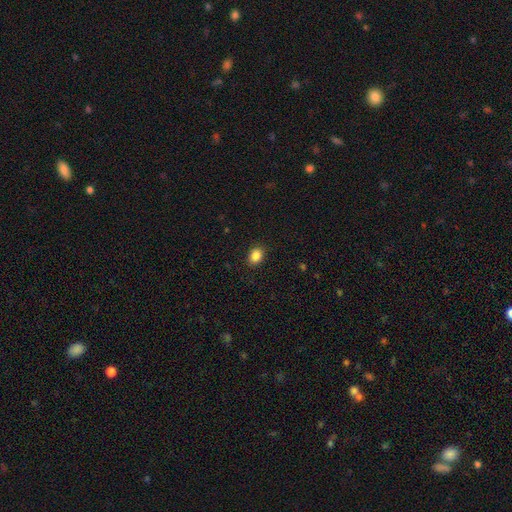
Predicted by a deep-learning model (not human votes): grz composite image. It shows a smooth galaxy with no disk features (86%) that is in between round and cigar-shaped (62%). Merging: none (89%).